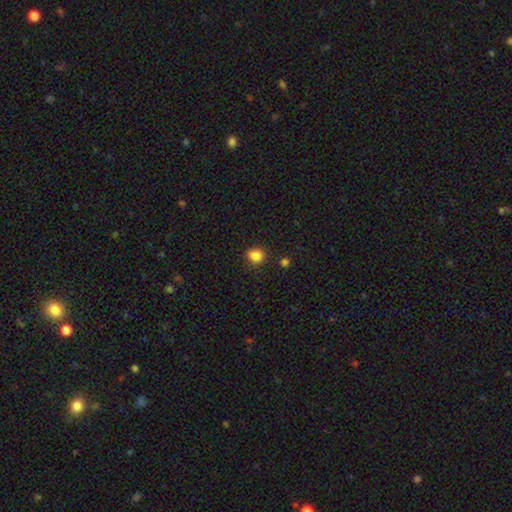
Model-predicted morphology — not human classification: type=smooth (85%); roundness=round (74%); merging=none (83%).